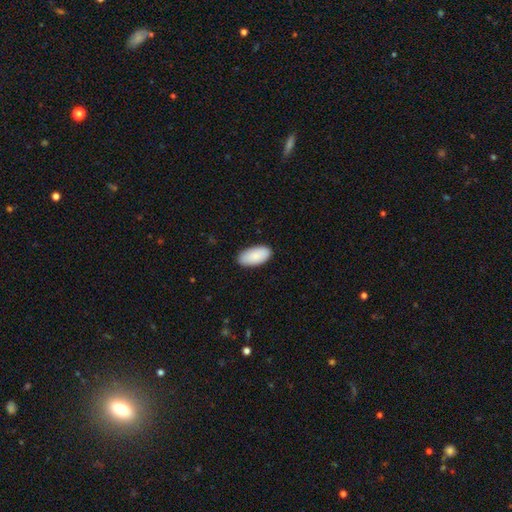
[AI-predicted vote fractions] The model was most divided on "merging": none: 87%, minor disturbance: 10%, major disturbance: 2%, merger: 1%. More confident: how rounded — in between (95%); smooth or featured — smooth (89%).